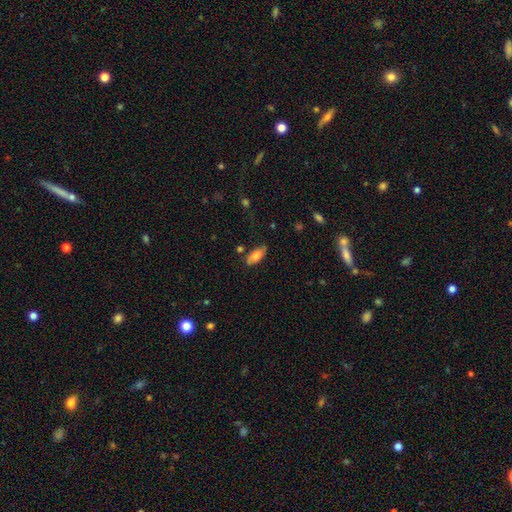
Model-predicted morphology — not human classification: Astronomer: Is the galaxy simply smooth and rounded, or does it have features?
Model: smooth — 74%.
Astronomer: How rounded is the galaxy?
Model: in between — 87%.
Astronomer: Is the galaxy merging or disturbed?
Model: none — 77%.